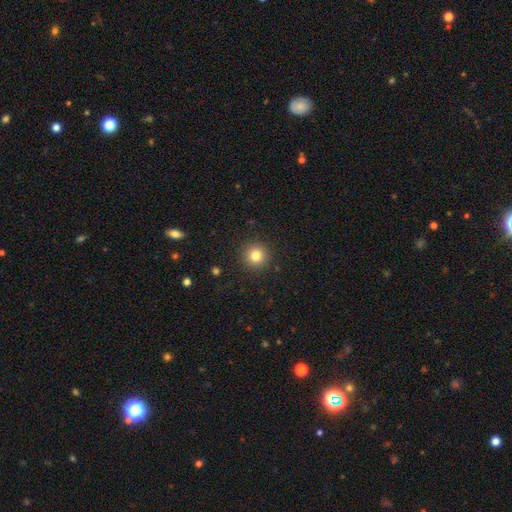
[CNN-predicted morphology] Smooth or featured: smooth — 82% (star or artifact — 12%)
How rounded: round — 95% (in between — 4%)
Merging: none — 91% (minor disturbance — 5%)